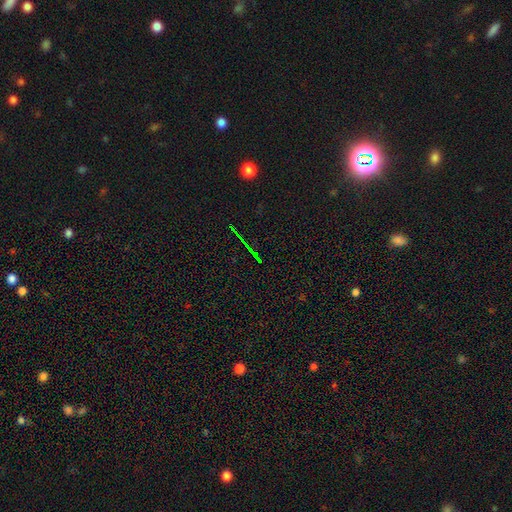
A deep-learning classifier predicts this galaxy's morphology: Smooth or featured: star or artifact — 78% (featured or disk — 12%)